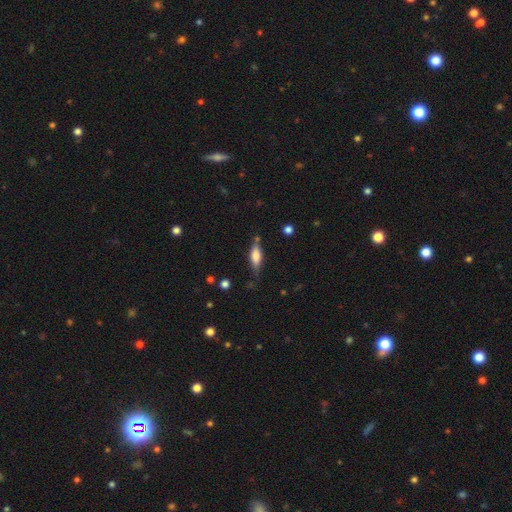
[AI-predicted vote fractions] The model was most divided on "how rounded": in between: 56%, cigar-shaped: 41%, round: 3%. More confident: merging — none (68%); smooth or featured — smooth (62%).